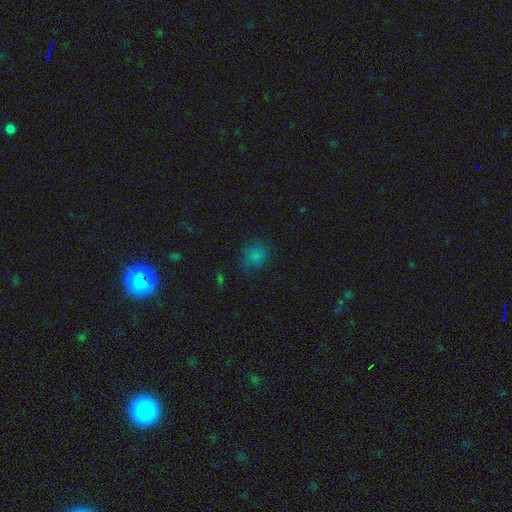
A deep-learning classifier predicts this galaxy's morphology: Smooth or featured? Predicted: smooth (p=0.76). How rounded? Predicted: round (p=0.74). Merging? Predicted: none (p=0.72).